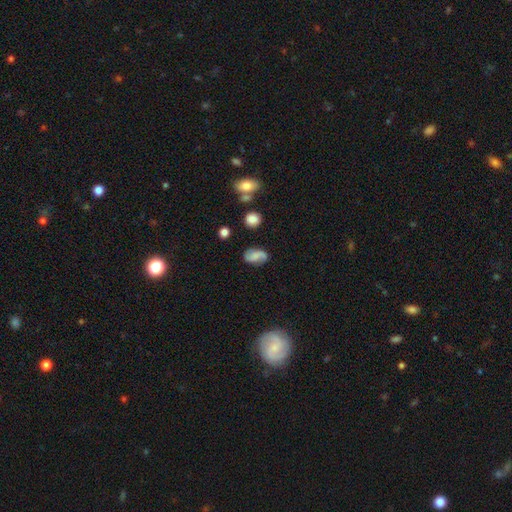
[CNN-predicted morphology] The model was most divided on "spiral winding": loose: 48%, medium: 37%, tight: 15%. More confident: edge-on disk — no (97%); spiral arms — yes (92%); spiral arm count — 2 (88%); merging — none (73%); smooth or featured — featured or disk (57%); bulge size — none (55%); bar — no (51%).